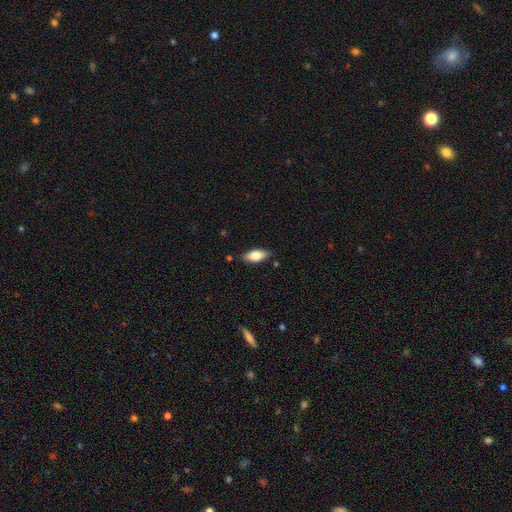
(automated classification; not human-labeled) The model was most divided on "smooth or featured": smooth: 72%, featured or disk: 21%, star or artifact: 7%. More confident: merging — none (83%); how rounded — in between (83%).